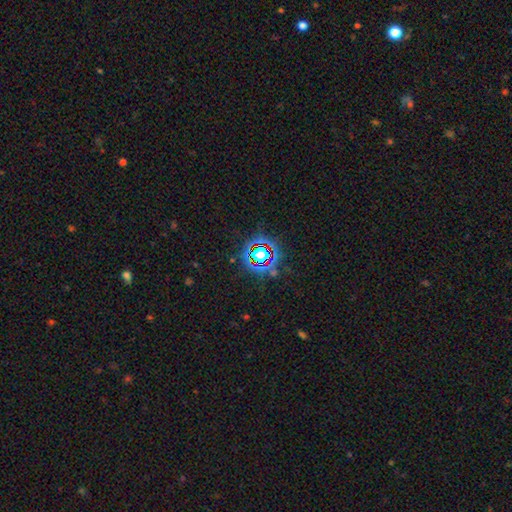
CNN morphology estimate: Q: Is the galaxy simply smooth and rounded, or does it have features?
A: star or artifact — 76%.